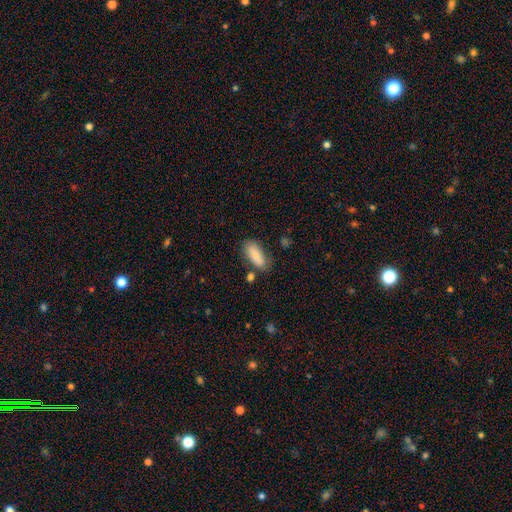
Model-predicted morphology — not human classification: A smooth galaxy with no disk features (81%) that is in between round and cigar-shaped (84%). Merging: none (70%).